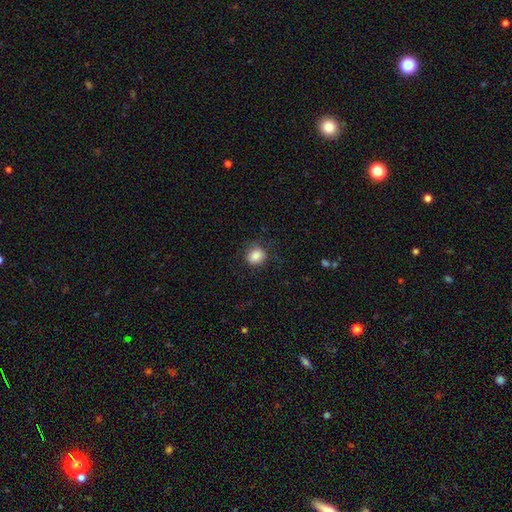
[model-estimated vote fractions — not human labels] Q: Smooth or featured?
A: smooth (85%); runner-up: star or artifact (9%)
Q: How rounded?
A: round (70%); runner-up: in between (29%)
Q: Merging?
A: none (78%); runner-up: minor disturbance (14%)